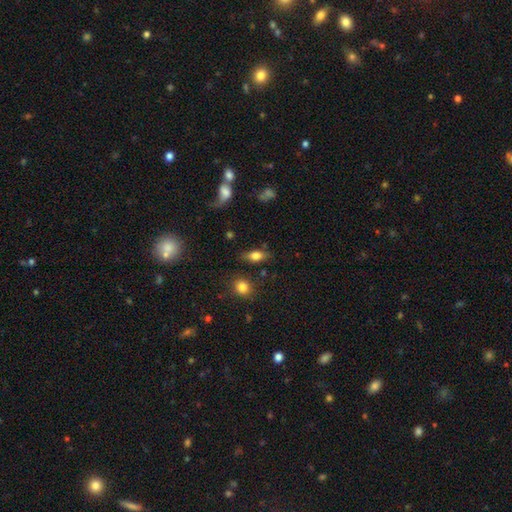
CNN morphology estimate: A smooth galaxy with no disk features (73%) that is in between round and cigar-shaped (79%). Merging: none (76%).